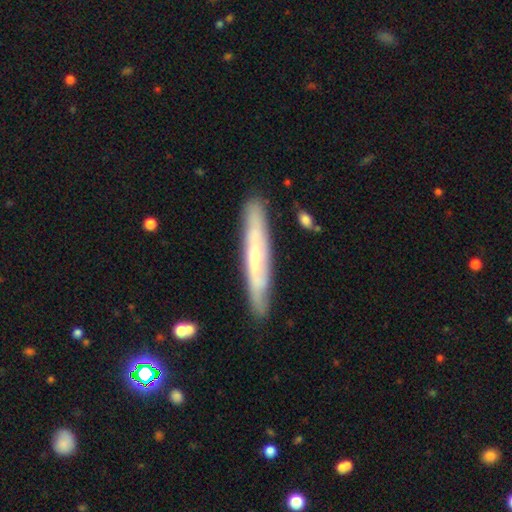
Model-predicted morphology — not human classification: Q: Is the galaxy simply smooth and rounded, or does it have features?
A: featured or disk — 57%.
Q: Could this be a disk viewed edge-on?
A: yes — 70%.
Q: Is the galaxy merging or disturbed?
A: none — 83%.